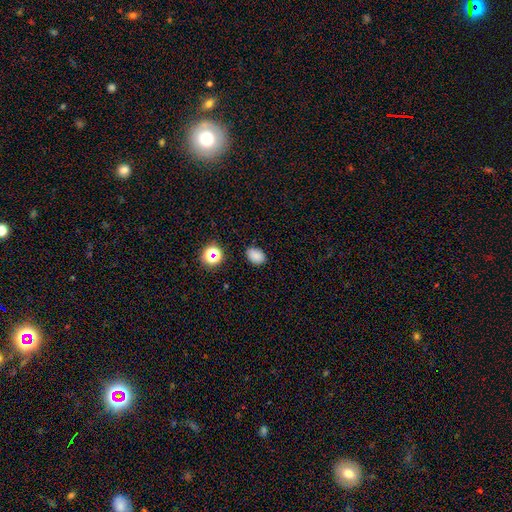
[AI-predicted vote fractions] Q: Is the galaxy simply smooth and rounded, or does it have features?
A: smooth — 81%.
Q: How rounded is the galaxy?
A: in between — 74%.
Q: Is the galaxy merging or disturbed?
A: none — 84%.